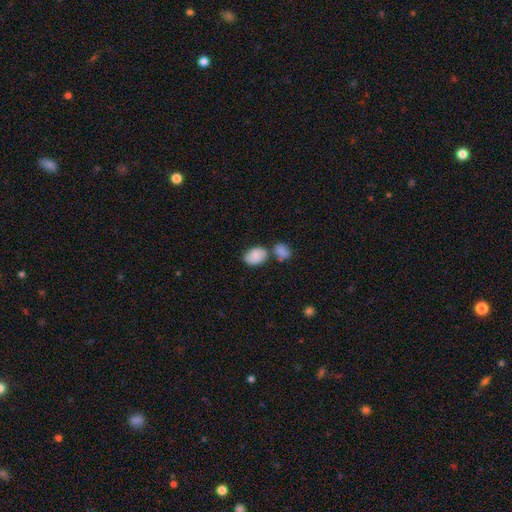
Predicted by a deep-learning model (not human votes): Overall: smooth (83%). How rounded: in between (85%). Merging: none (47%; merger 33%).